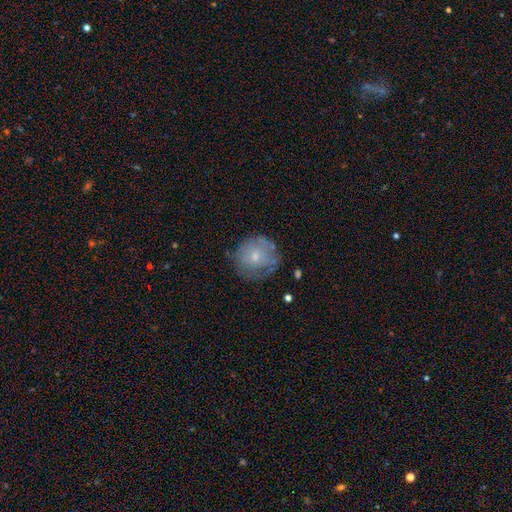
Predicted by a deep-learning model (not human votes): Overall: smooth (57%; featured or disk 34%). How rounded: round (88%). Merging: none (65%).